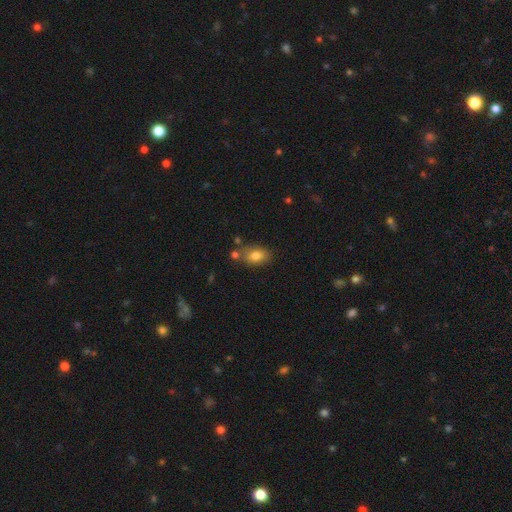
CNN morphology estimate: A smooth galaxy with no disk features (80%) that is in between round and cigar-shaped (83%).

Vote fractions:
- Smooth or featured? smooth: 80% / featured or disk: 10% / star or artifact: 10%
- How rounded? in between: 83% / round: 16% / cigar-shaped: 2%
- Merging? none: 70% / minor disturbance: 15% / merger: 11% / major disturbance: 4%